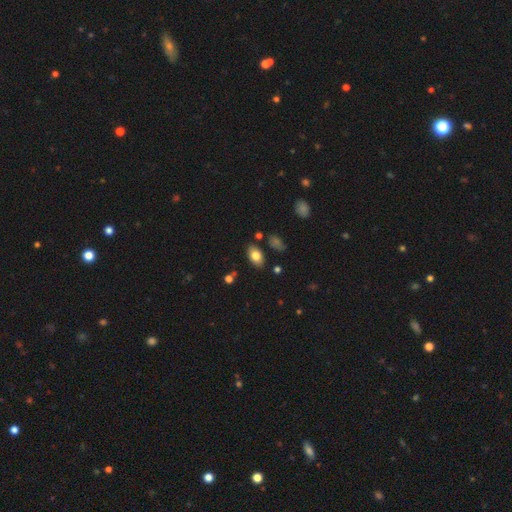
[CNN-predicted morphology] type=smooth (78%); roundness=in between (89%); merging=none (81%).